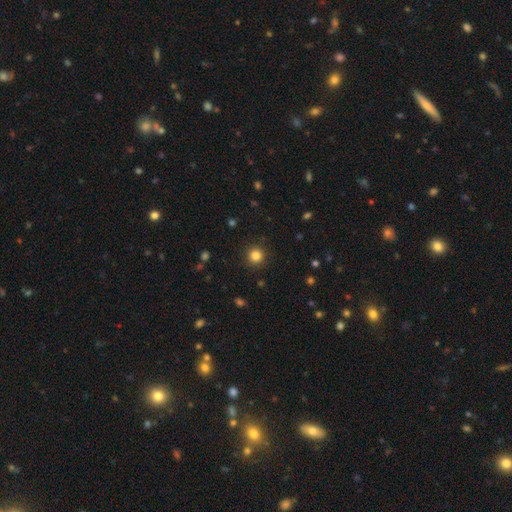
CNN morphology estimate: smooth-or-featured: smooth: 83% | star or artifact: 12% | featured or disk: 4%
  how-rounded: round: 95% | in between: 4% | cigar-shaped: 1%
  merging: none: 91% | minor disturbance: 6% | major disturbance: 2% | merger: 1%